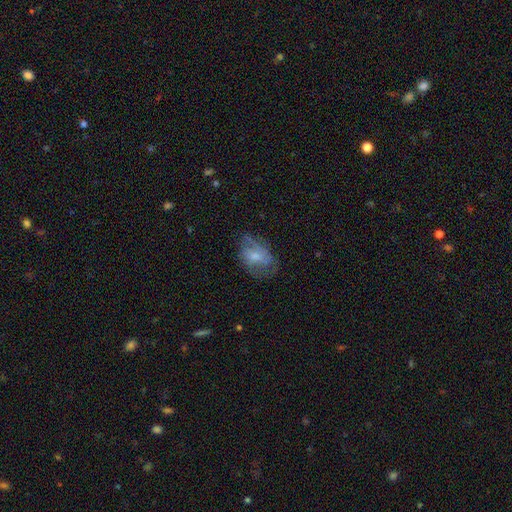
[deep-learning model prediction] Smooth or featured? Predicted: featured or disk (p=0.46). Merging? Predicted: none (p=0.48).